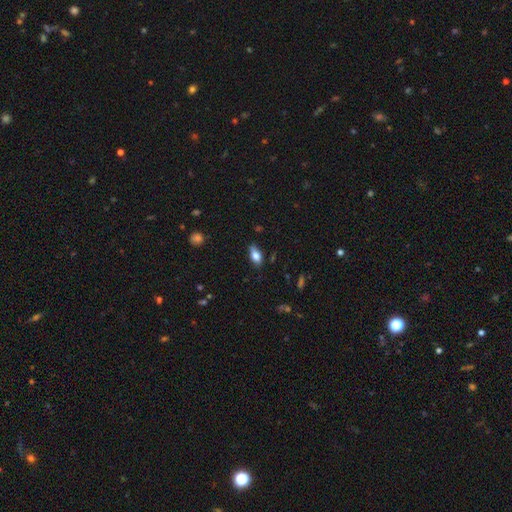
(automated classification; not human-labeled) A smooth galaxy with no disk features (79%) that is in between round and cigar-shaped (87%).

Vote fractions:
- Smooth or featured? smooth: 79% / featured or disk: 13% / star or artifact: 8%
- How rounded? in between: 87% / cigar-shaped: 8% / round: 5%
- Merging? none: 78% / minor disturbance: 17% / major disturbance: 3% / merger: 2%